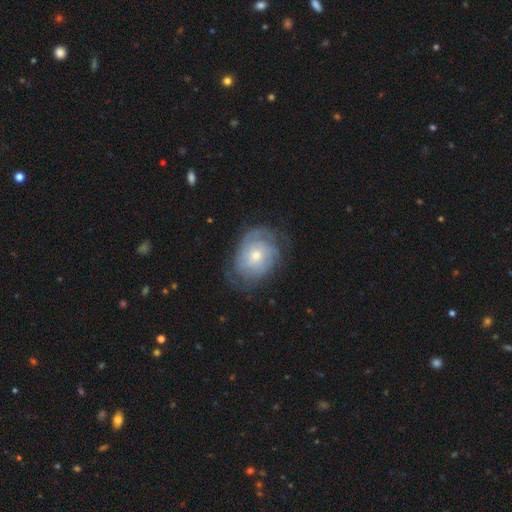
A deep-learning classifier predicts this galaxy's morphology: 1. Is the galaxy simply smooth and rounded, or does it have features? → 74% featured or disk, 20% smooth, 6% star or artifact.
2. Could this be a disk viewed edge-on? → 97% no, 3% yes.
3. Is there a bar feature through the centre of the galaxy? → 75% no, 22% weak, 3% strong.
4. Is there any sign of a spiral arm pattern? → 90% yes, 10% no.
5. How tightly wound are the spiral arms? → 67% tight, 25% medium, 8% loose.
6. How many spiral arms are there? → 48% can't tell, 19% 2, 15% 3, 9% 4, 5% 1, 5% more than 4.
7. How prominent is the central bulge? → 50% moderate, 44% small, 3% large, 2% none, 1% dominant.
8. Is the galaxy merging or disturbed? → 68% none, 21% minor disturbance, 10% major disturbance, 1% merger.